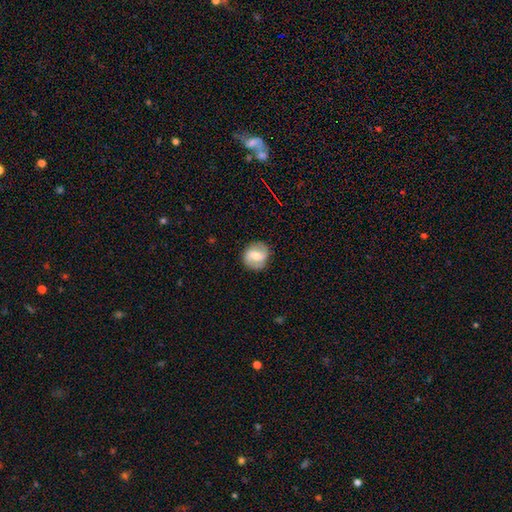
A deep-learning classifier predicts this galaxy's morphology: smooth_or_featured: featured or disk (p=0.60) [alt: smooth p=0.33]
disk_edge_on: no (p=0.97) [alt: yes p=0.03]
bar: weak (p=0.48) [alt: strong p=0.32]
has_spiral_arms: yes (p=0.84) [alt: no p=0.16]
bulge_size: moderate (p=0.56) [alt: small p=0.27]
merging: none (p=0.85) [alt: minor disturbance p=0.10]